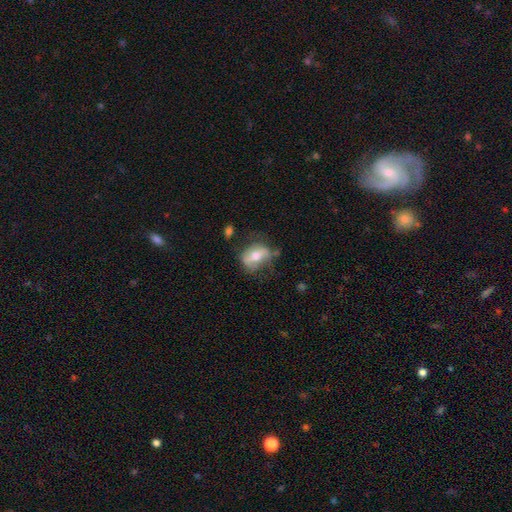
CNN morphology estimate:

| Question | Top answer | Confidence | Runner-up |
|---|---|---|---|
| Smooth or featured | smooth | 49% | featured or disk (43%) |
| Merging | none | 51% | minor disturbance (30%) |